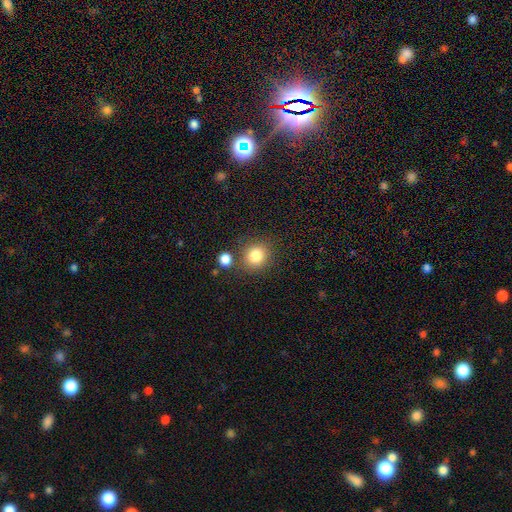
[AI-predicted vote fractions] Q: Smooth or featured?
A: smooth (82%); runner-up: star or artifact (11%)
Q: How rounded?
A: round (81%); runner-up: in between (18%)
Q: Merging?
A: none (77%); runner-up: minor disturbance (10%)